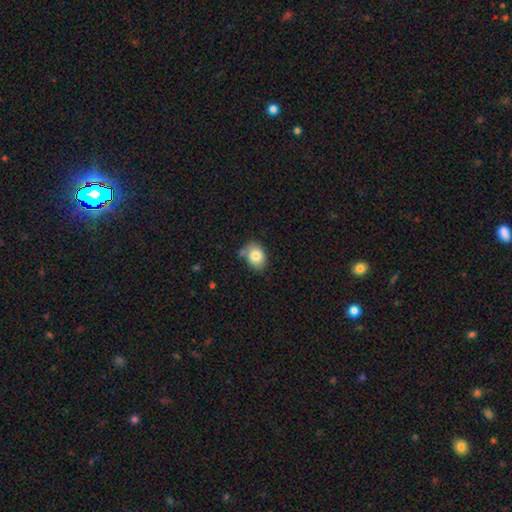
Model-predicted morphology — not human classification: Smooth or featured? smooth (82%)
How rounded? in between (61%)
Merging? none (65%)